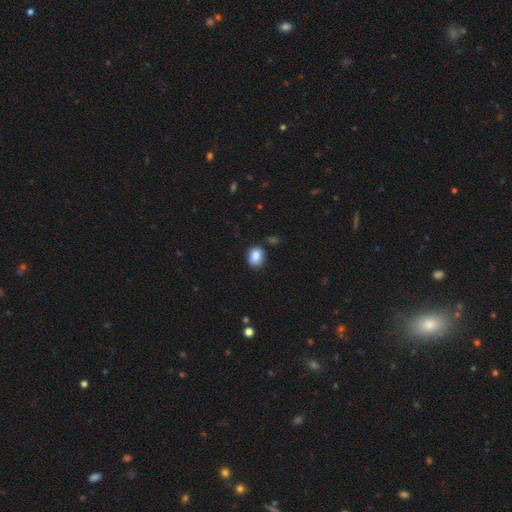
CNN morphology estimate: A smooth galaxy with no disk features (86%) that is in between round and cigar-shaped (56%).

Vote fractions:
- Smooth or featured? smooth: 86% / star or artifact: 9% / featured or disk: 5%
- How rounded? in between: 56% / round: 43% / cigar-shaped: 1%
- Merging? none: 80% / minor disturbance: 14% / merger: 3% / major disturbance: 3%